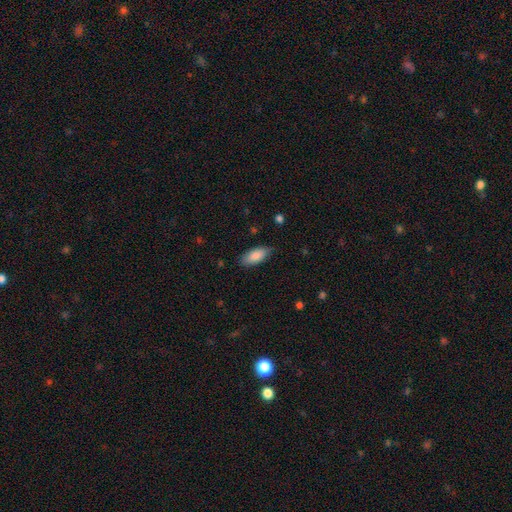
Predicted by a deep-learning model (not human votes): smooth 86%, featured or disk 8%, star or artifact 6%. Down the decision tree: how rounded — in between (89%); merging — none (80%).